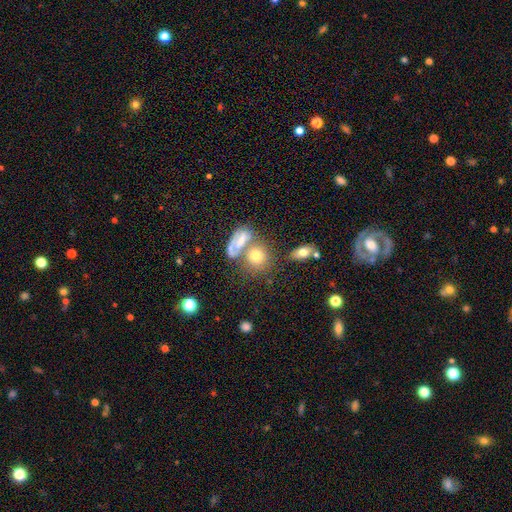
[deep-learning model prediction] A smooth galaxy with no disk features (63%) that is round (63%).

Vote fractions:
- Smooth or featured? smooth: 63% / featured or disk: 23% / star or artifact: 15%
- How rounded? round: 63% / in between: 35% / cigar-shaped: 3%
- Merging? none: 43% / merger: 37% / minor disturbance: 13% / major disturbance: 8%